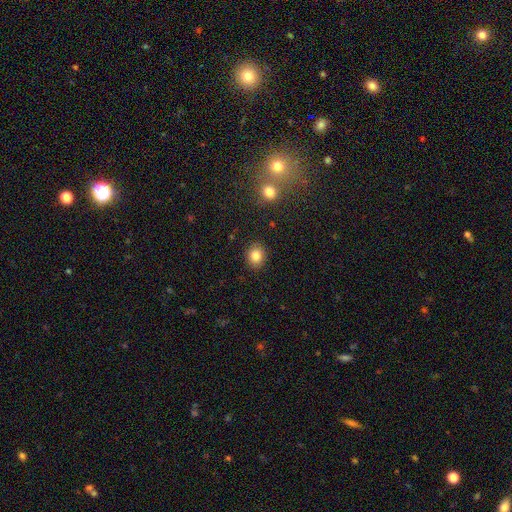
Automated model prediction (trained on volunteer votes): Smooth or featured: smooth — 84% (star or artifact — 10%)
How rounded: round — 62% (in between — 37%)
Merging: none — 89% (minor disturbance — 7%)